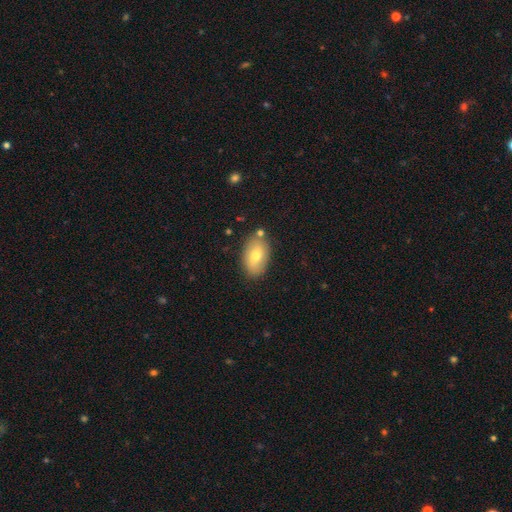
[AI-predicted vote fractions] Smooth or featured: smooth — 72% (featured or disk — 21%)
How rounded: in between — 91% (round — 7%)
Merging: none — 79% (minor disturbance — 12%)